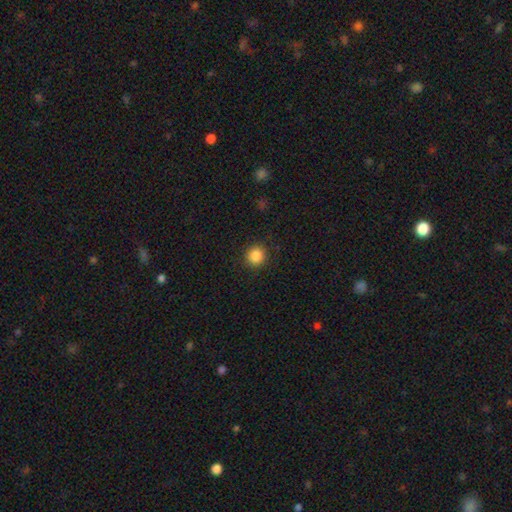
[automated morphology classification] Smooth or featured? smooth (86%)
How rounded? round (92%)
Merging? none (91%)